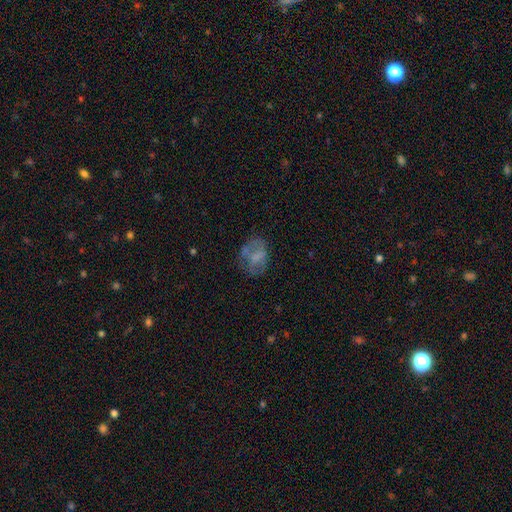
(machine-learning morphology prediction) Smooth or featured?
  - smooth: 50% *
  - featured or disk: 38%
  - star or artifact: 11%
How rounded?
  - in between: 72% *
  - round: 27%
  - cigar-shaped: 2%
Merging?
  - none: 49% *
  - minor disturbance: 24%
  - major disturbance: 22%
  - merger: 5%